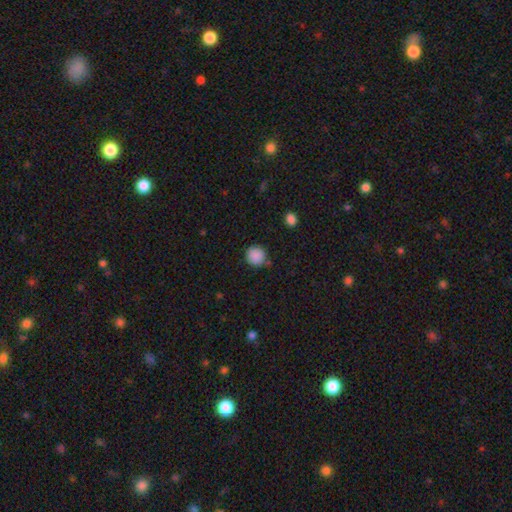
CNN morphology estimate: Smooth or featured? Predicted: smooth (p=0.88). How rounded? Predicted: round (p=0.93). Merging? Predicted: none (p=0.84).